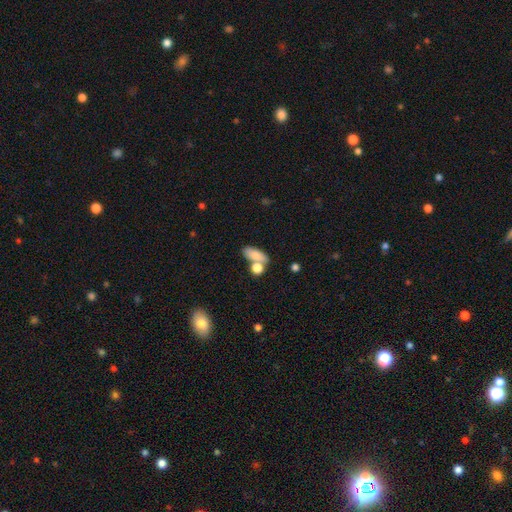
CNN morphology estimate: type=smooth (81%); roundness=in between (75%); merging=none (52%).